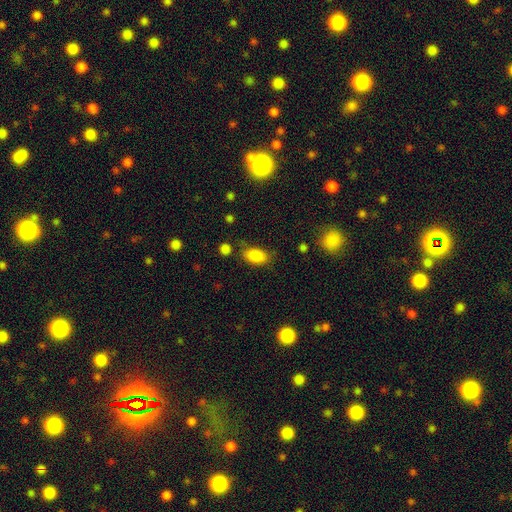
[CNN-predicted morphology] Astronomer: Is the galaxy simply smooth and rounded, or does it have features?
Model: smooth — 86%.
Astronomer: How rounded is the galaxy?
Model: in between — 91%.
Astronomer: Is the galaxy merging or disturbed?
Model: none — 72%.